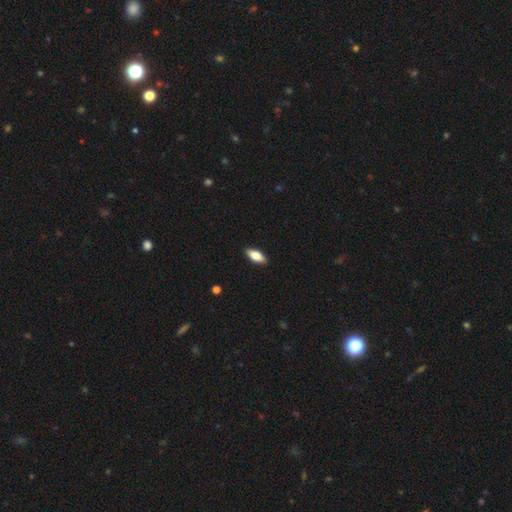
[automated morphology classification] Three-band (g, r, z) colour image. It shows a smooth galaxy with no disk features (73%) that is in between round and cigar-shaped (80%). Merging: none (90%).